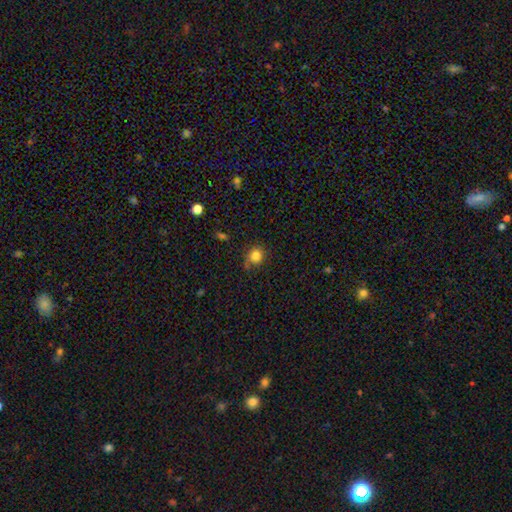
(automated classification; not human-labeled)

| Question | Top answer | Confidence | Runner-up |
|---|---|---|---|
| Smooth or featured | smooth | 82% | star or artifact (12%) |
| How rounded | round | 81% | in between (18%) |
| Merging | none | 72% | minor disturbance (20%) |